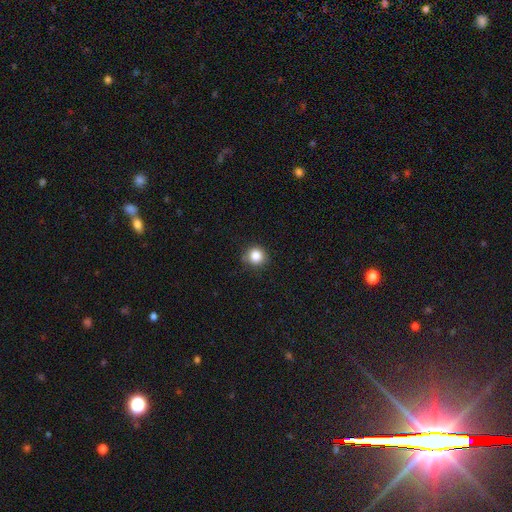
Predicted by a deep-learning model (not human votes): This is clearly a smooth galaxy (84%). How rounded: clearly round (90%). Merging: clearly none (81%).